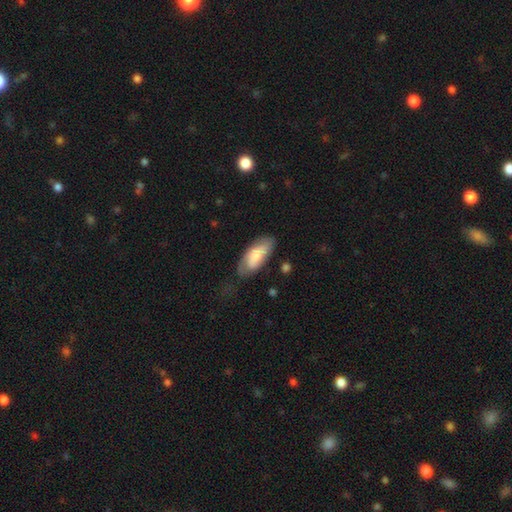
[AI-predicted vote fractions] smooth-or-featured: smooth: 66% | featured or disk: 28% | star or artifact: 6%
  how-rounded: in between: 84% | cigar-shaped: 14% | round: 2%
  merging: none: 57% | minor disturbance: 28% | major disturbance: 12% | merger: 3%